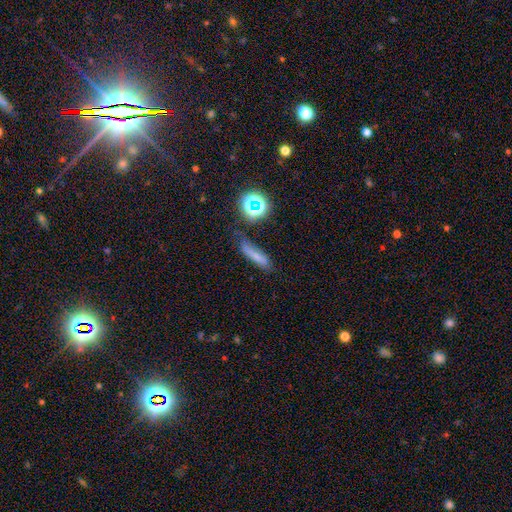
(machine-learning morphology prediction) This is likely a smooth galaxy (64%). How rounded: likely cigar-shaped (73%). Merging: likely none (63%).